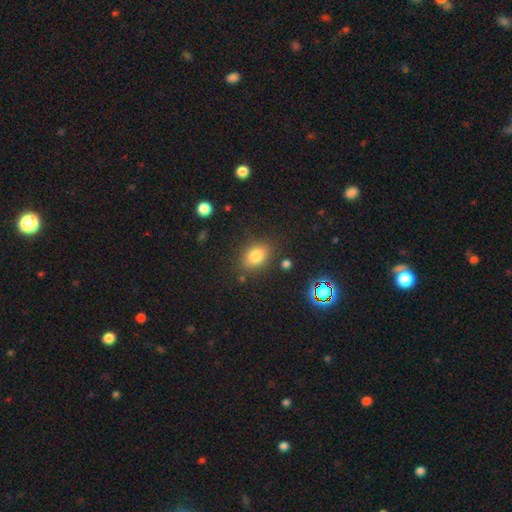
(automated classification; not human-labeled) This is likely a smooth galaxy (79%). How rounded: likely in between (71%). Merging: clearly none (80%).